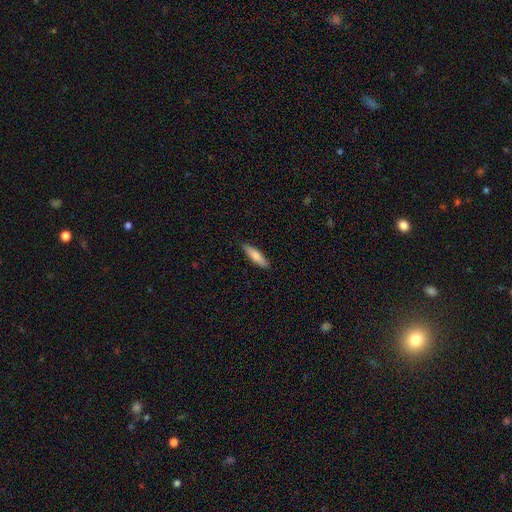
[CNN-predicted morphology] The model was most divided on "how rounded": cigar-shaped: 65%, in between: 34%, round: 1%. More confident: merging — none (88%); smooth or featured — smooth (81%).